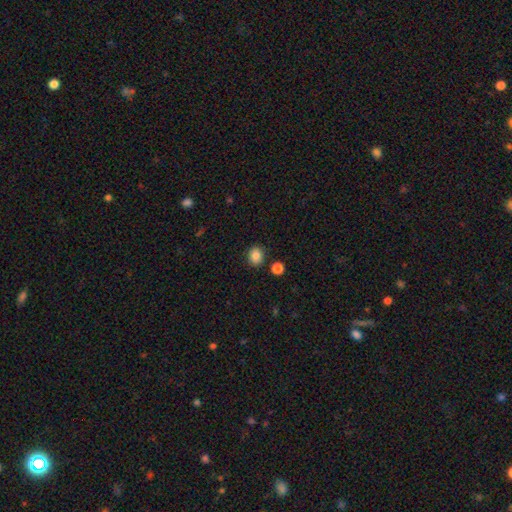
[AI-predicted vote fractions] A smooth galaxy with no disk features (85%) that is round (57%).

Vote fractions:
- Smooth or featured? smooth: 85% / star or artifact: 10% / featured or disk: 5%
- How rounded? round: 57% / in between: 42% / cigar-shaped: 1%
- Merging? none: 84% / minor disturbance: 9% / merger: 4% / major disturbance: 2%